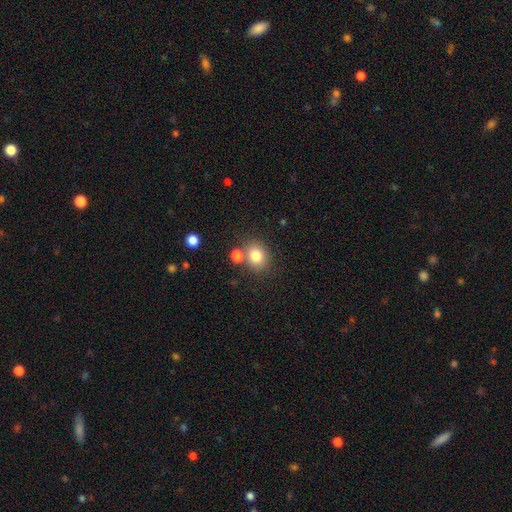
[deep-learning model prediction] This is clearly a smooth galaxy (81%). How rounded: likely round (66%). Merging: likely none (69%).